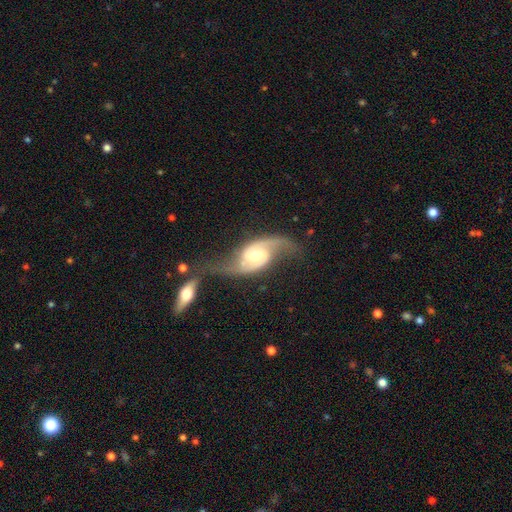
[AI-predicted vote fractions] Smooth or featured: featured or disk — 89% (smooth — 7%)
Edge-on disk: no — 96% (yes — 4%)
Bar: no — 46% (weak — 40%)
Spiral arms: yes — 96% (no — 4%)
Spiral winding: loose — 54% (medium — 36%)
Spiral arm count: 2 — 93% (can't tell — 2%)
Bulge size: moderate — 67% (small — 21%)
Merging: none — 47% (merger — 22%)